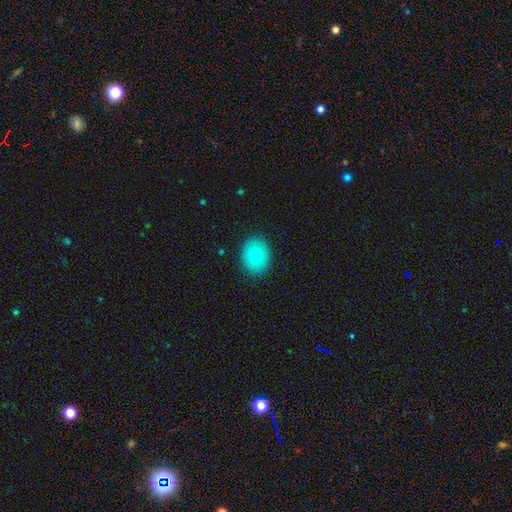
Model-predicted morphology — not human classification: This appears to be a smooth galaxy with no disk features (76%) that is in between round and cigar-shaped (52%). Merging: none (88%).